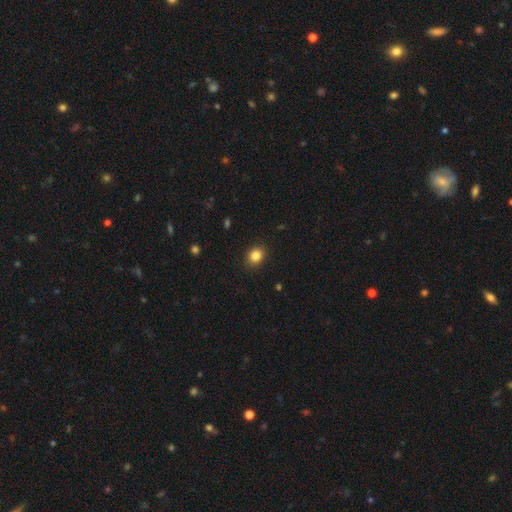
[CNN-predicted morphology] Overall: smooth (84%). How rounded: round (59%; in between 40%). Merging: none (89%).